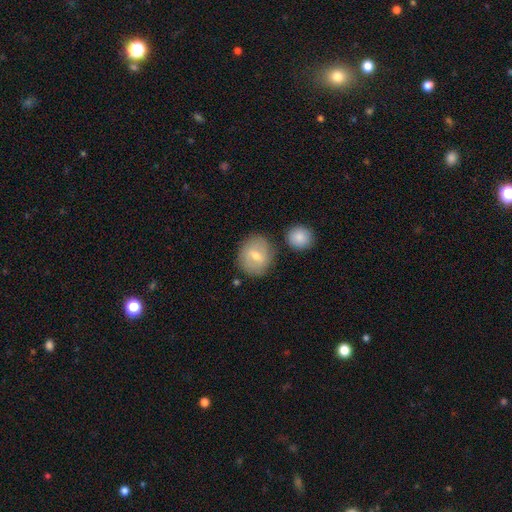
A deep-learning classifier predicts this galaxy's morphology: type=smooth (63%); roundness=round (72%); merging=none (76%).